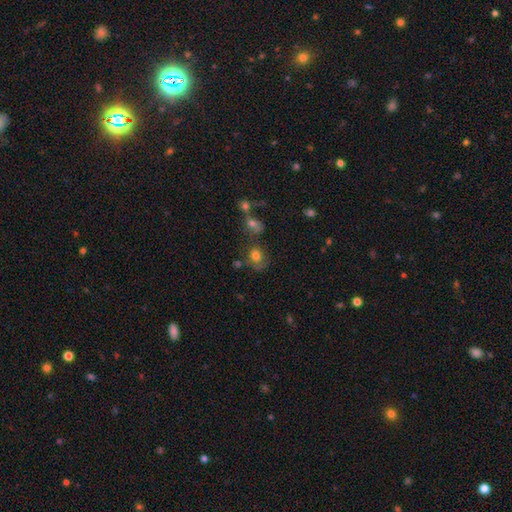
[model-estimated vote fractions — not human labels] Overall: smooth (70%). How rounded: round (55%; in between 43%). Merging: none (44%; minor disturbance 22%).